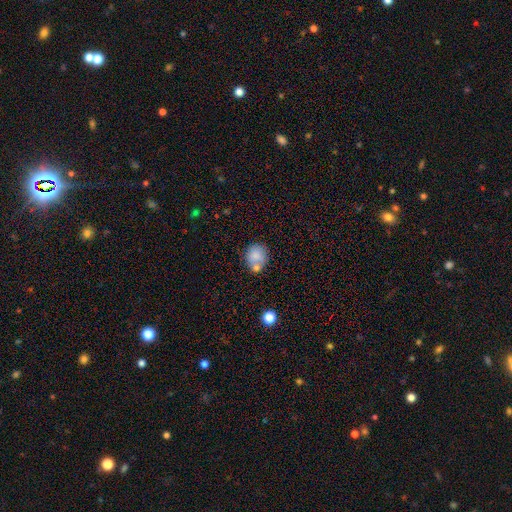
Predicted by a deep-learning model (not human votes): smooth-or-featured: smooth: 77% | featured or disk: 14% | star or artifact: 9%
  how-rounded: round: 73% | in between: 26% | cigar-shaped: 1%
  merging: none: 49% | merger: 29% | minor disturbance: 16% | major disturbance: 6%